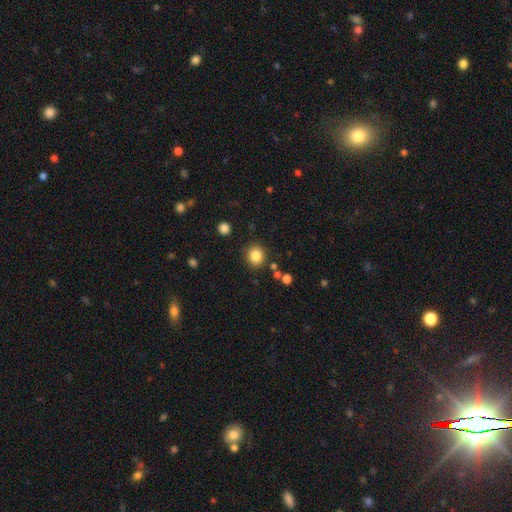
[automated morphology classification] Smooth or featured? smooth (85%)
How rounded? round (85%)
Merging? none (87%)